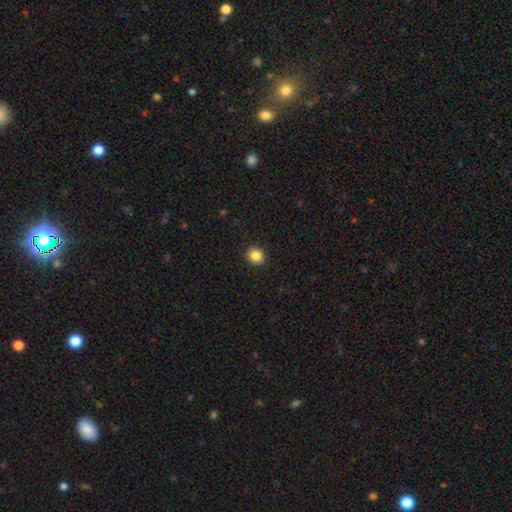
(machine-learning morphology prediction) smooth_or_featured: smooth (p=0.86) [alt: star or artifact p=0.10]
how_rounded: round (p=0.83) [alt: in between p=0.16]
merging: none (p=0.92) [alt: minor disturbance p=0.05]